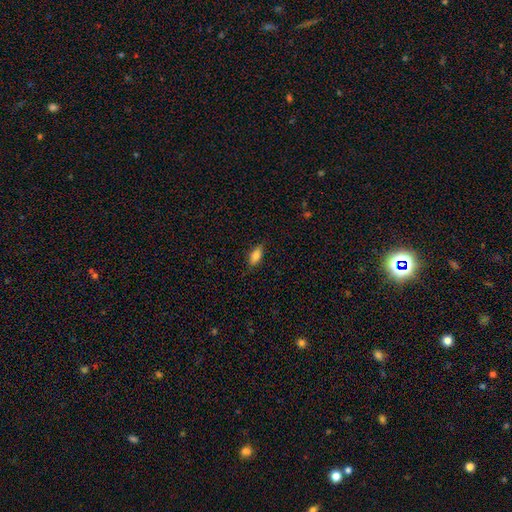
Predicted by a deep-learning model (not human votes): Morphology: type=smooth (84%); roundness=in between (83%); merging=none (82%).